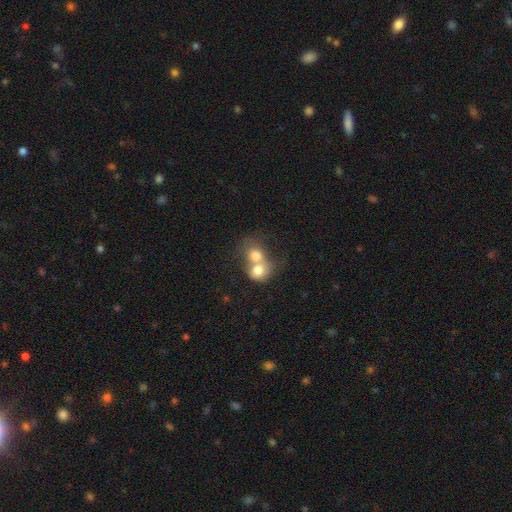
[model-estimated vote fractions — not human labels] A smooth galaxy with no disk features (73%) that is round (68%).

Vote fractions:
- Smooth or featured? smooth: 73% / featured or disk: 19% / star or artifact: 8%
- How rounded? round: 68% / in between: 31% / cigar-shaped: 1%
- Merging? merger: 75% / none: 16% / minor disturbance: 5% / major disturbance: 3%